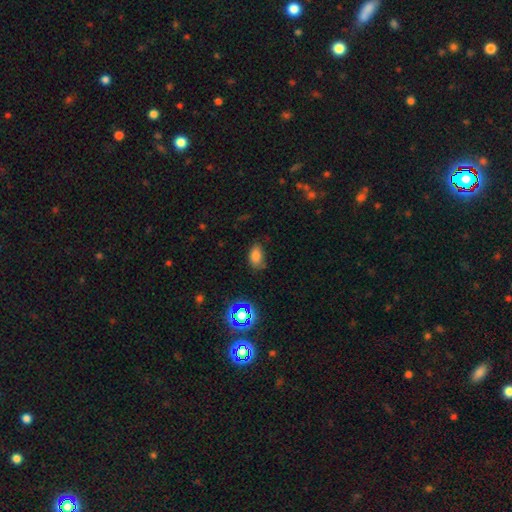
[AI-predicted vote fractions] Smooth or featured? Predicted: smooth (p=0.78). How rounded? Predicted: in between (p=0.89). Merging? Predicted: none (p=0.67).